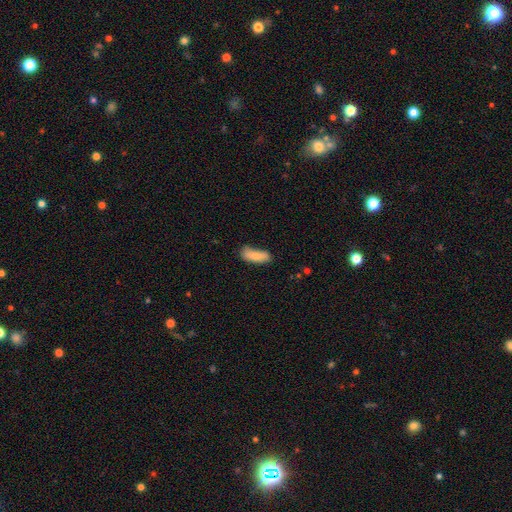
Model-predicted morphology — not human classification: smooth_or_featured: smooth (p=0.85) [alt: featured or disk p=0.08]
how_rounded: in between (p=0.67) [alt: cigar-shaped p=0.31]
merging: none (p=0.57) [alt: minor disturbance p=0.30]